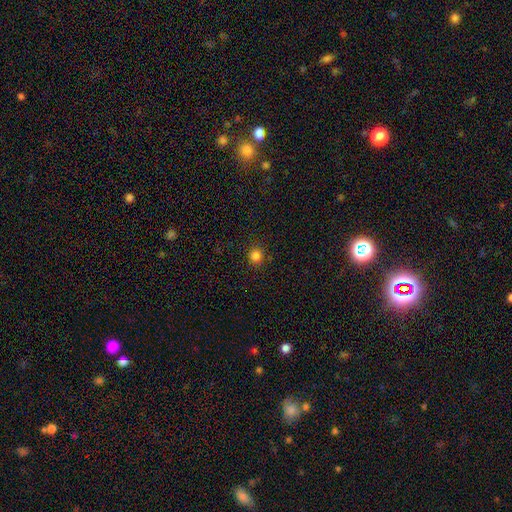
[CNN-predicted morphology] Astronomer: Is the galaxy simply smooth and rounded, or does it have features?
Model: smooth — 82%.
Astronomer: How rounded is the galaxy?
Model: round — 92%.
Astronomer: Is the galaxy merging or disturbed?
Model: none — 90%.